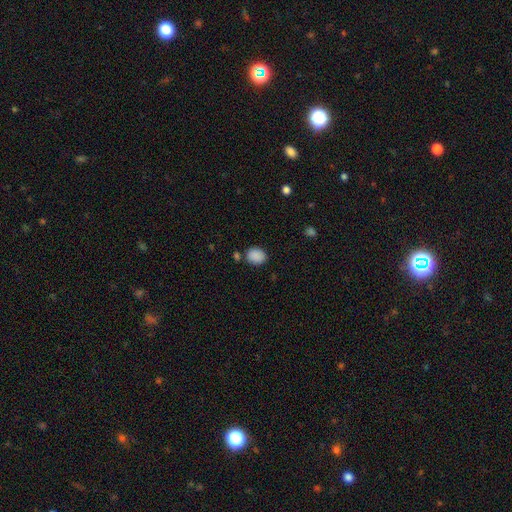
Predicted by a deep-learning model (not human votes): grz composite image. It shows a smooth galaxy with no disk features (88%) that is round (52%). Merging: none (78%).